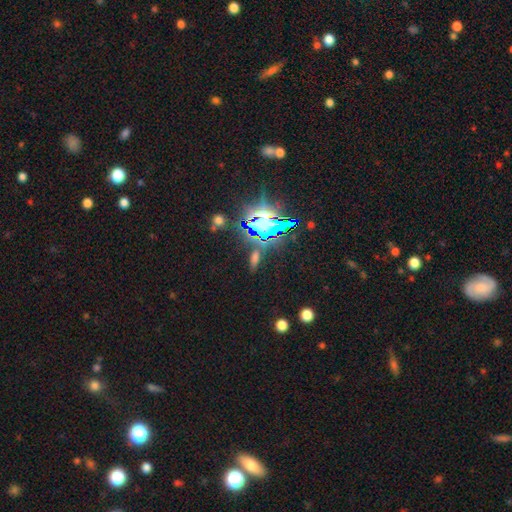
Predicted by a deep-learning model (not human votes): Smooth or featured? star or artifact (70%)